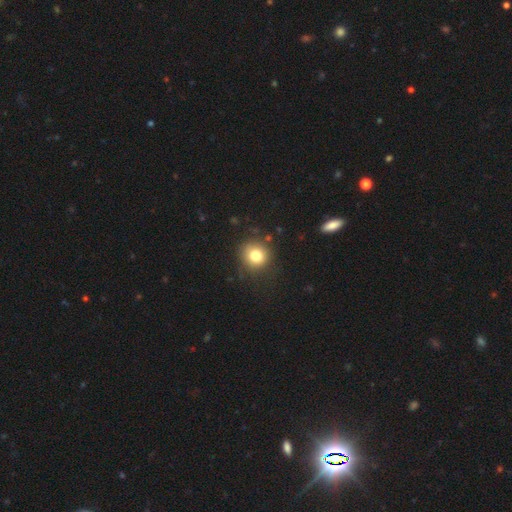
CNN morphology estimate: Smooth or featured? smooth (79%)
How rounded? round (90%)
Merging? none (84%)